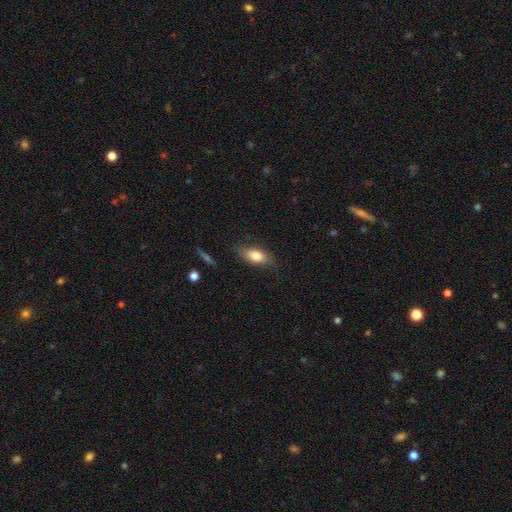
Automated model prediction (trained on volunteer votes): Smooth or featured? smooth (82%)
How rounded? in between (84%)
Merging? none (79%)